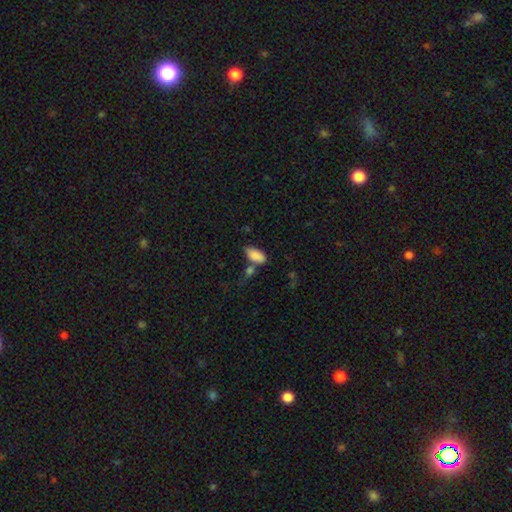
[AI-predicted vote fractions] Smooth or featured?
  - smooth: 86% *
  - star or artifact: 7%
  - featured or disk: 6%
How rounded?
  - in between: 92% *
  - cigar-shaped: 5%
  - round: 3%
Merging?
  - none: 50% *
  - merger: 22%
  - minor disturbance: 20%
  - major disturbance: 8%